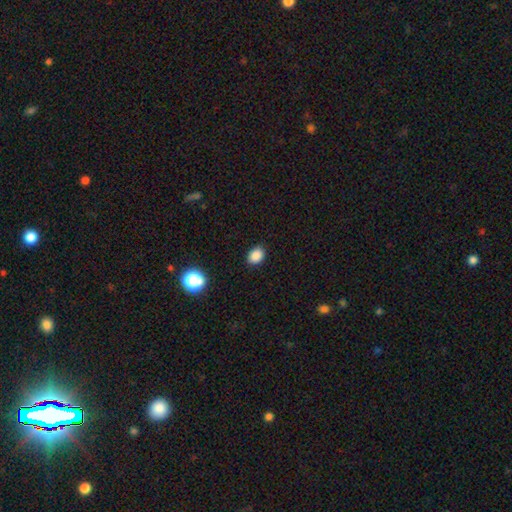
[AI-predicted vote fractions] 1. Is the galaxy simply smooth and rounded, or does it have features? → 86% smooth, 10% star or artifact, 3% featured or disk.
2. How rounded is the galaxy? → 69% in between, 30% round, 1% cigar-shaped.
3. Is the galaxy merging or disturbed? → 88% none, 9% minor disturbance, 2% major disturbance, 1% merger.